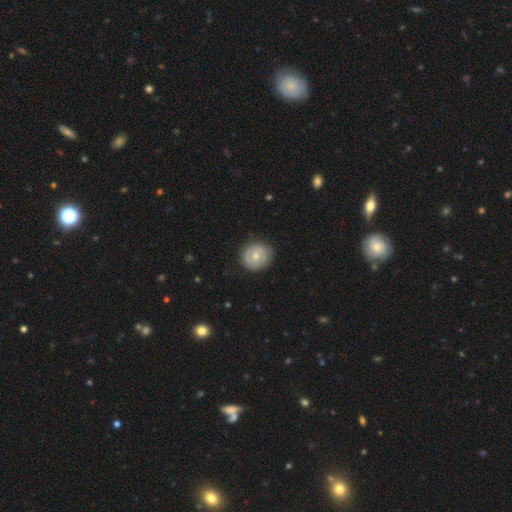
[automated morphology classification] Smooth or featured: featured or disk — 59% (smooth — 35%)
Edge-on disk: no — 97% (yes — 3%)
Bar: no — 66% (weak — 28%)
Spiral arms: yes — 75% (no — 25%)
Bulge size: moderate — 53% (small — 43%)
Merging: none — 84% (minor disturbance — 11%)